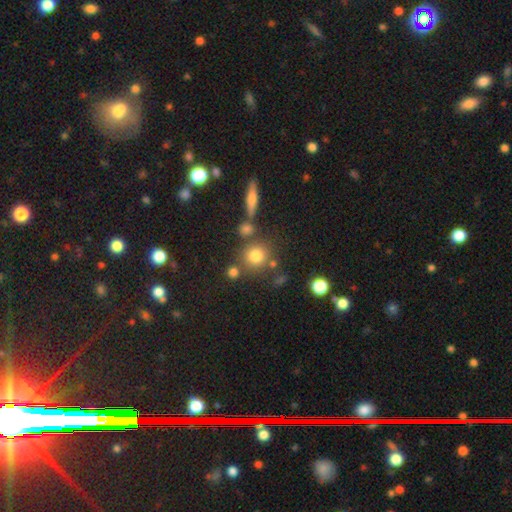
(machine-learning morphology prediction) Overall: smooth (76%). How rounded: round (87%). Merging: none (72%).